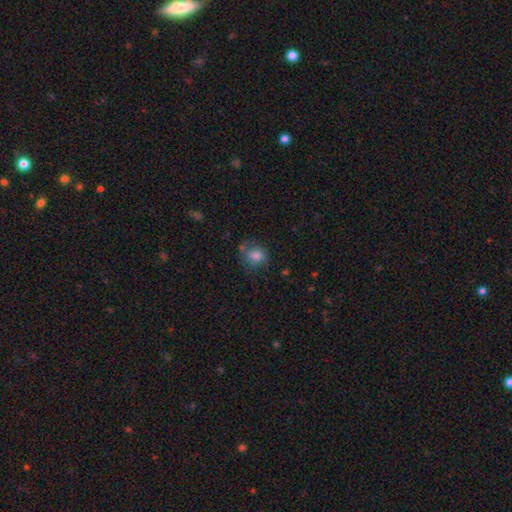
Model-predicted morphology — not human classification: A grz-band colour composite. It shows a smooth galaxy with no disk features (74%) that is round (63%). Merging: none (55%).